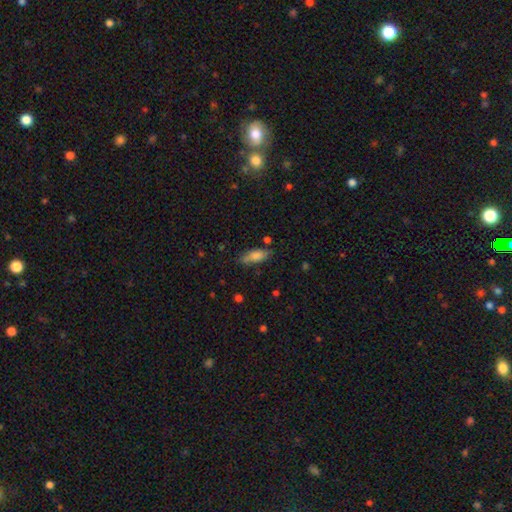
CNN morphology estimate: This is likely a smooth galaxy (76%). How rounded: likely in between (69%). Merging: likely none (71%).